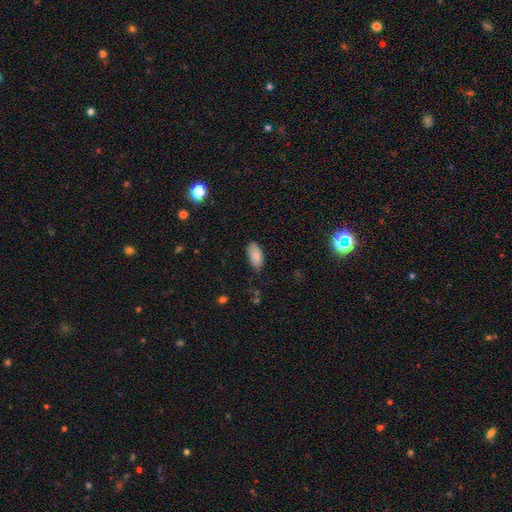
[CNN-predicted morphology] The model was most divided on "merging": none: 78%, minor disturbance: 18%, major disturbance: 3%, merger: 1%. More confident: how rounded — in between (92%); smooth or featured — smooth (84%).